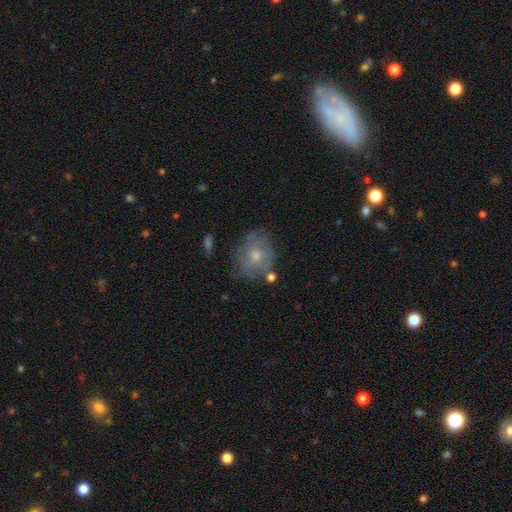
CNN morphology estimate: Overall: featured or disk (44%; smooth 43%). Merging: none (67%).